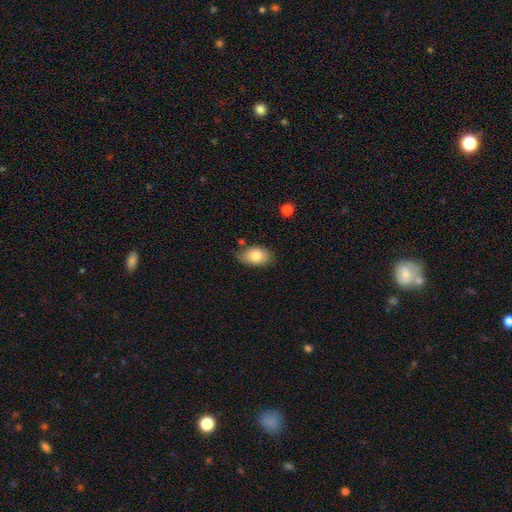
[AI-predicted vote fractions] A smooth galaxy with no disk features (84%) that is in between round and cigar-shaped (90%).

Vote fractions:
- Smooth or featured? smooth: 84% / featured or disk: 9% / star or artifact: 7%
- How rounded? in between: 90% / round: 8% / cigar-shaped: 1%
- Merging? none: 73% / minor disturbance: 20% / major disturbance: 4% / merger: 3%